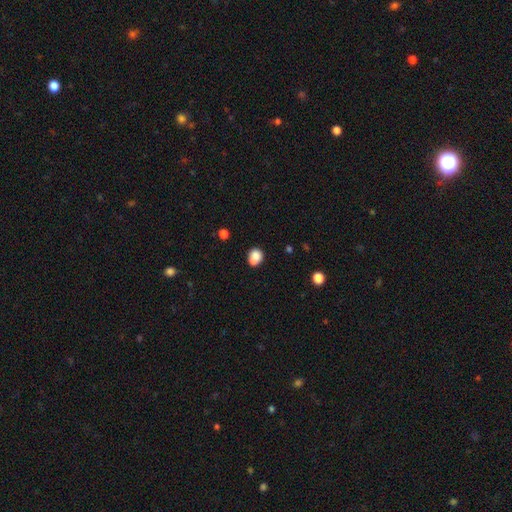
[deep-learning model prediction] Smooth or featured? Predicted: smooth (p=0.80). How rounded? Predicted: round (p=0.61). Merging? Predicted: none (p=0.43).